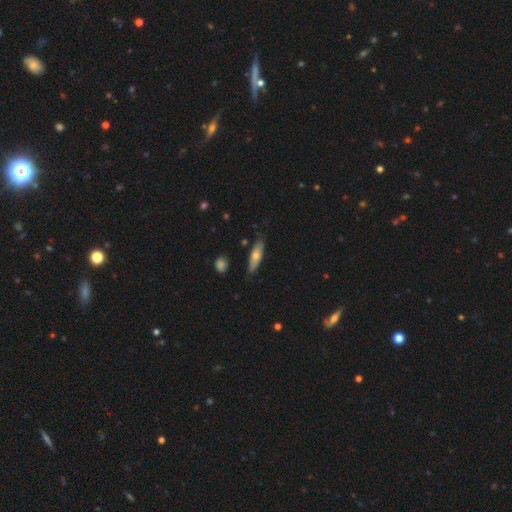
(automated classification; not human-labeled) Morphology: type=smooth (58%); roundness=cigar-shaped (63%); merging=none (81%).